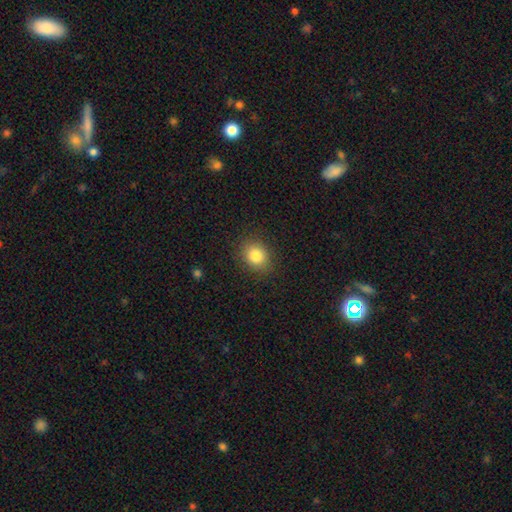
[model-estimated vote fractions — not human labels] Q: Smooth or featured?
A: smooth (83%); runner-up: star or artifact (10%)
Q: How rounded?
A: round (62%); runner-up: in between (37%)
Q: Merging?
A: none (87%); runner-up: minor disturbance (9%)